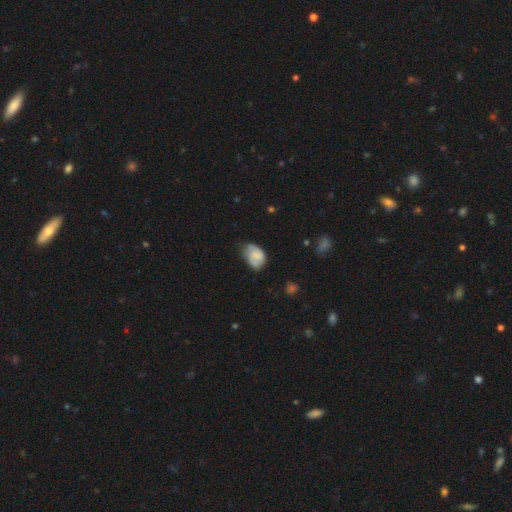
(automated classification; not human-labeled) A smooth galaxy with no disk features (63%) that is in between round and cigar-shaped (79%).

Vote fractions:
- Smooth or featured? smooth: 63% / featured or disk: 29% / star or artifact: 8%
- How rounded? in between: 79% / round: 20% / cigar-shaped: 1%
- Merging? none: 49% / minor disturbance: 38% / major disturbance: 11% / merger: 3%